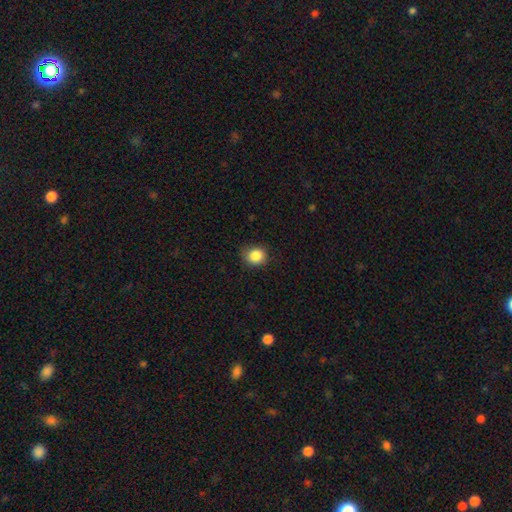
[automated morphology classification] This appears to be a smooth galaxy with no disk features (86%) that is round (76%). Merging: none (78%).